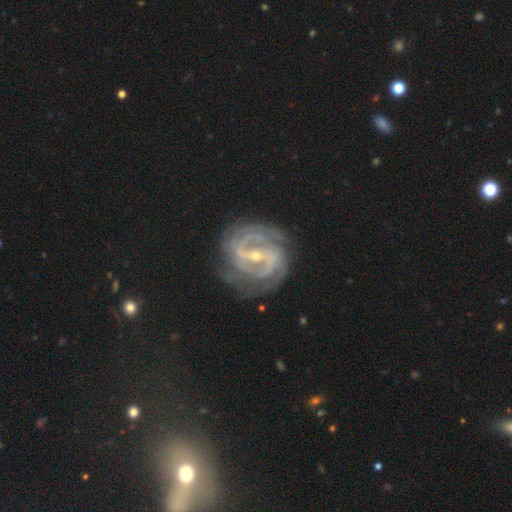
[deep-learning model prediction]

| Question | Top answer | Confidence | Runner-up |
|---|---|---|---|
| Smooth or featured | featured or disk | 91% | star or artifact (5%) |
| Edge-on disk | no | 97% | yes (3%) |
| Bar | strong | 58% | weak (31%) |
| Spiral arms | yes | 96% | no (4%) |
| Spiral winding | tight | 53% | medium (38%) |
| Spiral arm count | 2 | 51% | can't tell (17%) |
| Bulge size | small | 65% | moderate (32%) |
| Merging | none | 74% | minor disturbance (16%) |